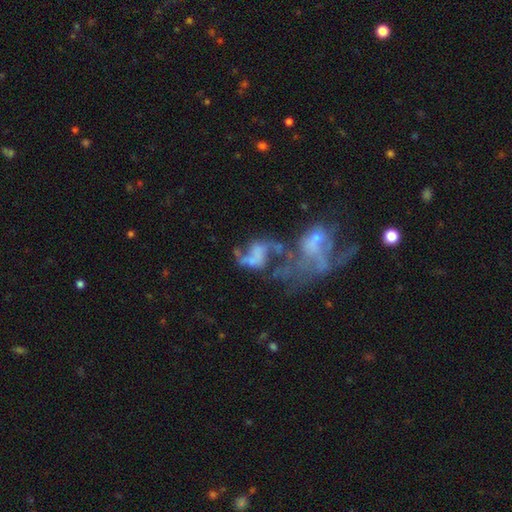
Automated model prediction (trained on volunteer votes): This appears to be a featured or disk galaxy (60%) with no bar (74%), no spiral arms (56%) and no central bulge (71%). Merging: merger (45%).